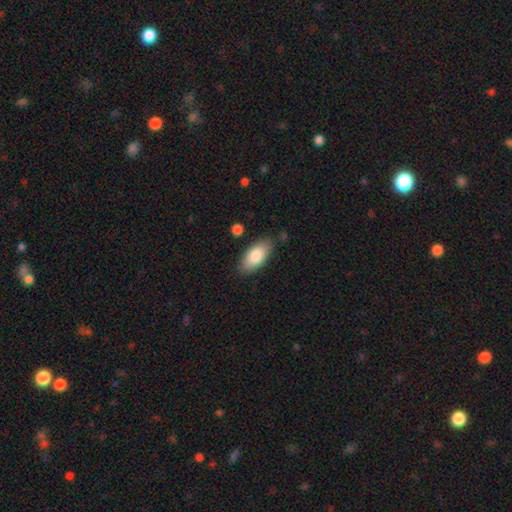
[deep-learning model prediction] Overall: smooth (83%). How rounded: in between (90%). Merging: none (82%).